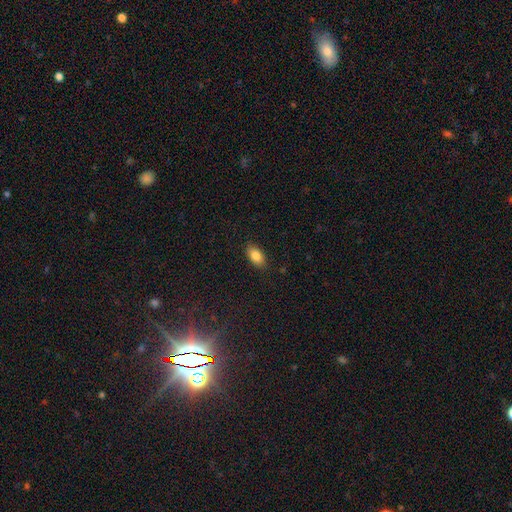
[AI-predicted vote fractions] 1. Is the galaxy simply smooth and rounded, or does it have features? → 85% smooth, 8% star or artifact, 8% featured or disk.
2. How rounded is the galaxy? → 91% in between, 4% round, 4% cigar-shaped.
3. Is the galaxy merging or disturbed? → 88% none, 9% minor disturbance, 2% major disturbance, 1% merger.